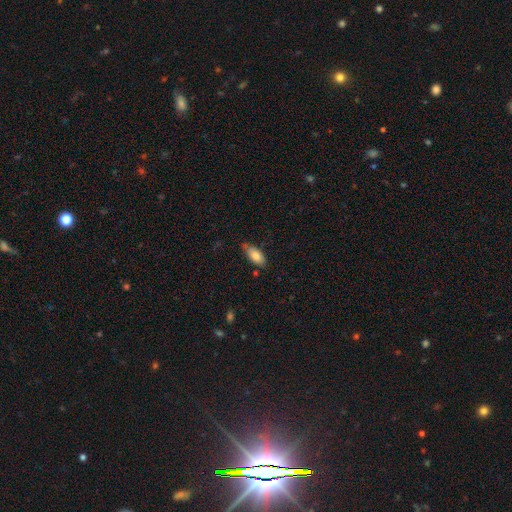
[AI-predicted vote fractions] Smooth or featured?
  - smooth: 82% *
  - featured or disk: 11%
  - star or artifact: 7%
How rounded?
  - in between: 88% *
  - cigar-shaped: 9%
  - round: 2%
Merging?
  - none: 64% *
  - minor disturbance: 27%
  - major disturbance: 5%
  - merger: 4%